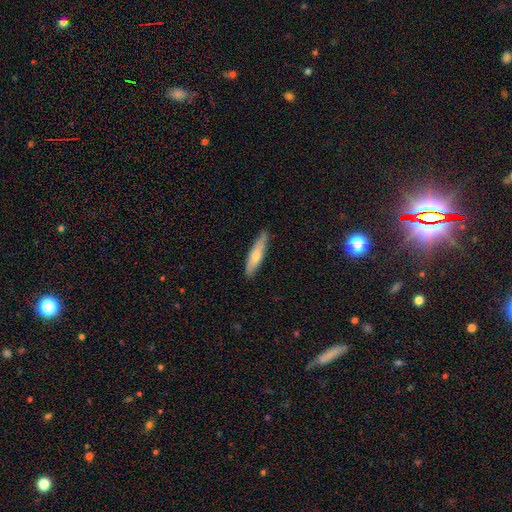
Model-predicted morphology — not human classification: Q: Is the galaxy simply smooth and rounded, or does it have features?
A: smooth — 64%.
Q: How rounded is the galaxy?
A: cigar-shaped — 85%.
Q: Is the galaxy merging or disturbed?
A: none — 86%.